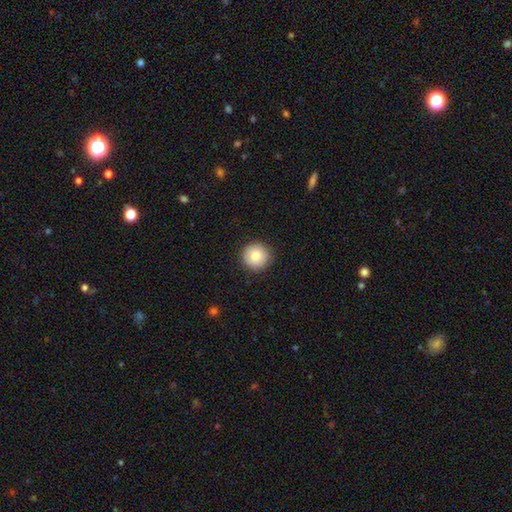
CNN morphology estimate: This appears to be a smooth galaxy with no disk features (83%) that is round (96%). Merging: none (91%).